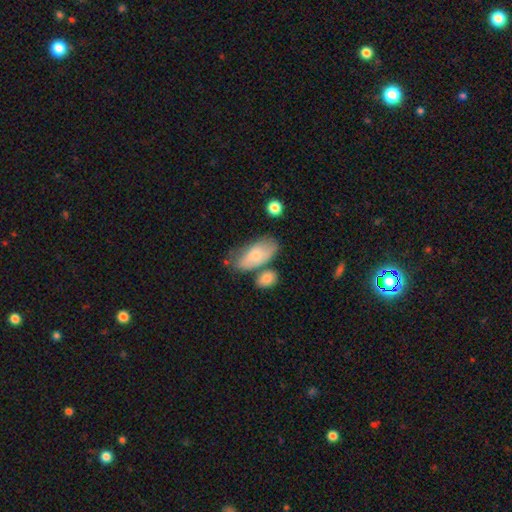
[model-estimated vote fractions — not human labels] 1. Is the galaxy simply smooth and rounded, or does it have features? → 71% smooth, 24% featured or disk, 6% star or artifact.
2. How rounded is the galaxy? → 90% in between, 6% cigar-shaped, 3% round.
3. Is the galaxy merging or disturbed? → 47% none, 25% minor disturbance, 18% merger, 10% major disturbance.